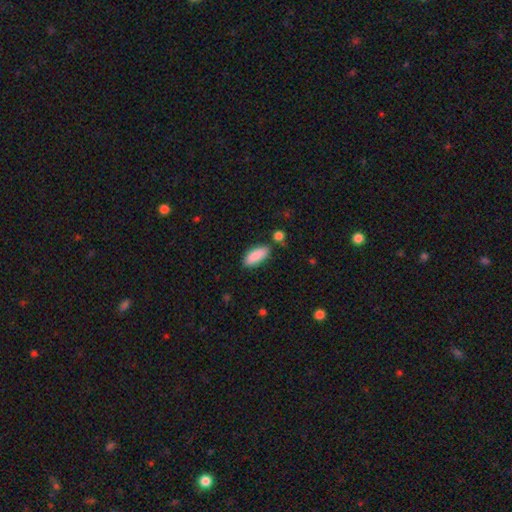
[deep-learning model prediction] A smooth galaxy with no disk features (89%) that is in between round and cigar-shaped (82%). Merging: none (79%).